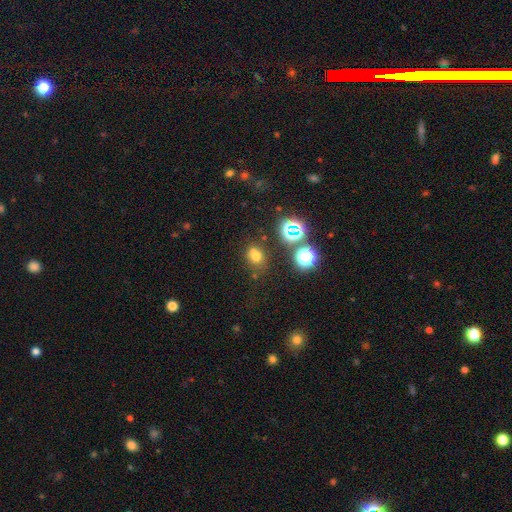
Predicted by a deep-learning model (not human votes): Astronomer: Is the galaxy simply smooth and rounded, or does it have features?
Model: smooth — 62%.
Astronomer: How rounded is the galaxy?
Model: round — 63%.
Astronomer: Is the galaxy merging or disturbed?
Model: none — 55%.